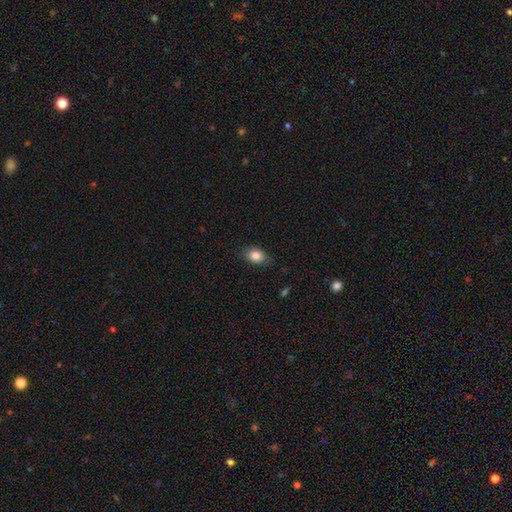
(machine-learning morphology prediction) A smooth galaxy with no disk features (84%) that is in between round and cigar-shaped (77%).

Vote fractions:
- Smooth or featured? smooth: 84% / star or artifact: 8% / featured or disk: 8%
- How rounded? in between: 77% / round: 22% / cigar-shaped: 2%
- Merging? none: 80% / minor disturbance: 16% / major disturbance: 3% / merger: 1%